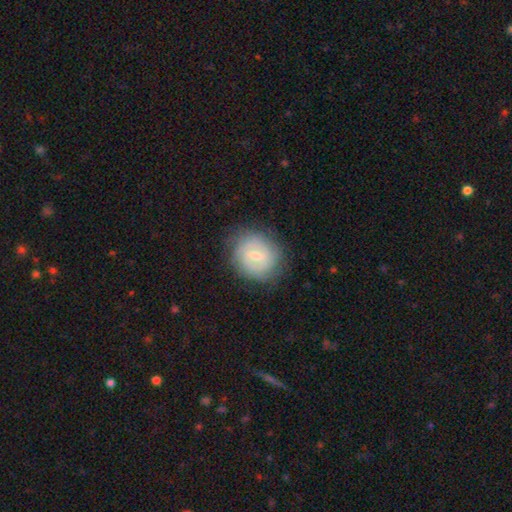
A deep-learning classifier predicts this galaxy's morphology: This appears to be a featured or disk galaxy (66%) with a weak bar (59%), spiral arms (76%) and a small central bulge (55%). Merging: none (79%).